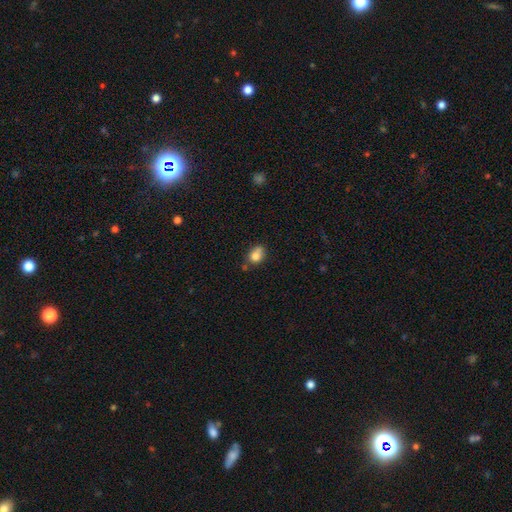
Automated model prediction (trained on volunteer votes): The model was most divided on "how rounded": round: 51%, in between: 48%, cigar-shaped: 1%. Remaining: smooth or featured — smooth (78%); merging — none (48%).